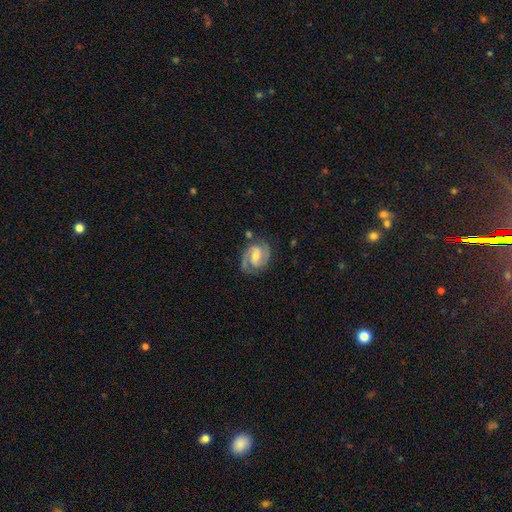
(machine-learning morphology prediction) Smooth or featured: featured or disk — 88% (smooth — 7%)
Edge-on disk: no — 98% (yes — 2%)
Bar: weak — 52% (no — 29%)
Spiral arms: yes — 98% (no — 2%)
Spiral winding: medium — 51% (tight — 40%)
Spiral arm count: 2 — 88% (3 — 4%)
Bulge size: small — 47% (moderate — 45%)
Merging: none — 76% (minor disturbance — 16%)